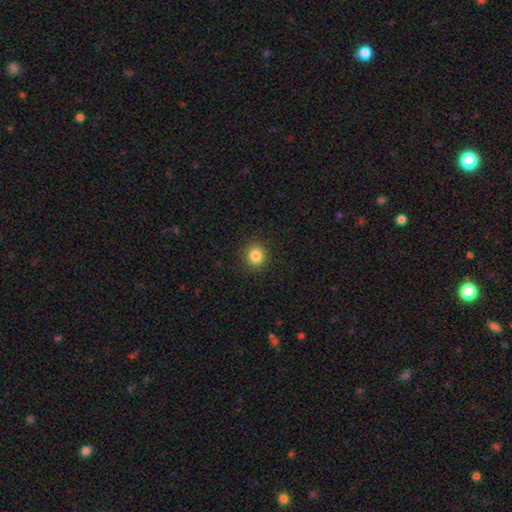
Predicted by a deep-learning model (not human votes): Smooth or featured? smooth (84%)
How rounded? round (91%)
Merging? none (91%)